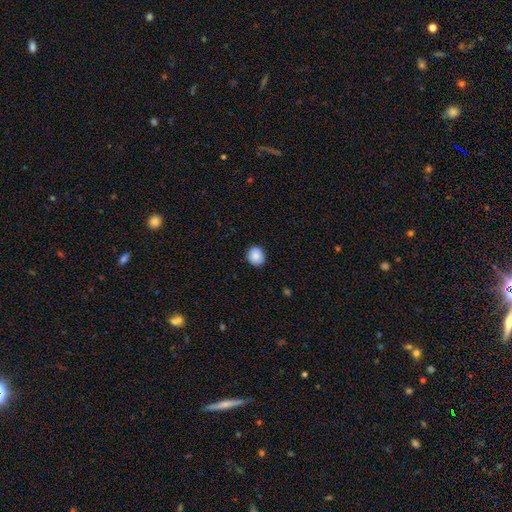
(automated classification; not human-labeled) Q: Smooth or featured?
A: smooth (88%); runner-up: star or artifact (8%)
Q: How rounded?
A: round (83%); runner-up: in between (16%)
Q: Merging?
A: none (90%); runner-up: minor disturbance (7%)